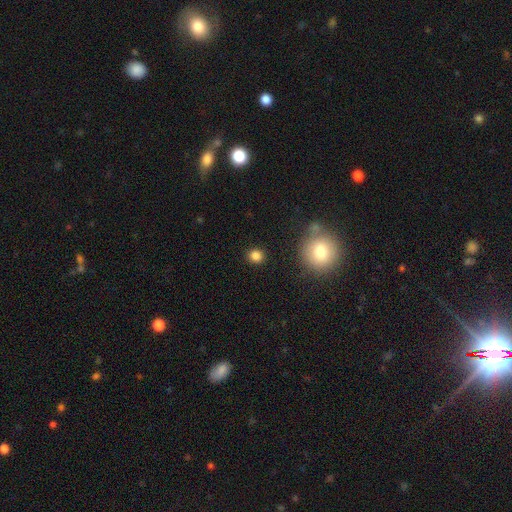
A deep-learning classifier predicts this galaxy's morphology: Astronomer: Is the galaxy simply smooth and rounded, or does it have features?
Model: smooth — 83%.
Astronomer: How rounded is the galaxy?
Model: round — 84%.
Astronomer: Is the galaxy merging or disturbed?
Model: none — 88%.